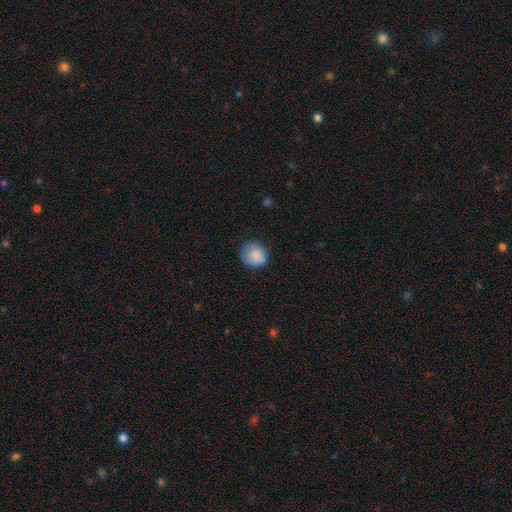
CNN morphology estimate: Smooth or featured? Predicted: smooth (p=0.83). How rounded? Predicted: round (p=0.83). Merging? Predicted: none (p=0.73).